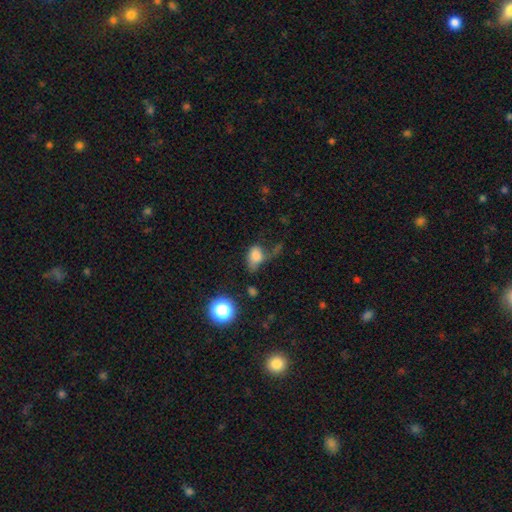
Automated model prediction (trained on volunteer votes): The model was most divided on "merging": major disturbance: 42%, minor disturbance: 25%, none: 24%, merger: 9%. More confident: how rounded — in between (76%); smooth or featured — smooth (71%).